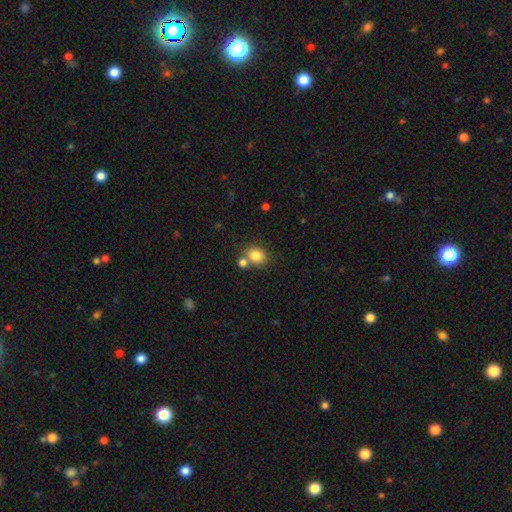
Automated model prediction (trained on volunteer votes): smooth_or_featured: smooth (p=0.82) [alt: star or artifact p=0.11]
how_rounded: round (p=0.68) [alt: in between p=0.32]
merging: none (p=0.62) [alt: merger p=0.25]